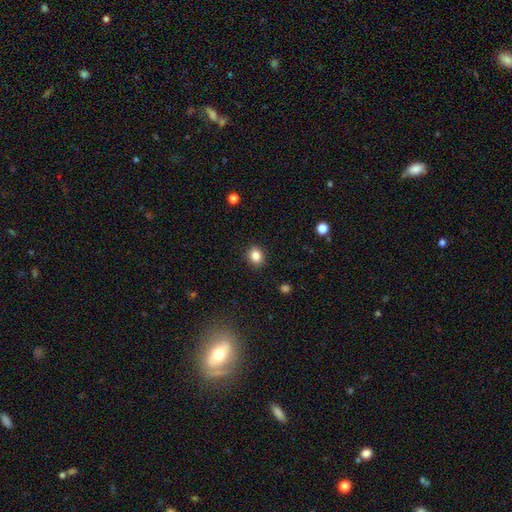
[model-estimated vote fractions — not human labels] A smooth galaxy with no disk features (85%) that is round (56%).

Vote fractions:
- Smooth or featured? smooth: 85% / star or artifact: 10% / featured or disk: 5%
- How rounded? round: 56% / in between: 43% / cigar-shaped: 1%
- Merging? none: 89% / minor disturbance: 8% / major disturbance: 2% / merger: 1%